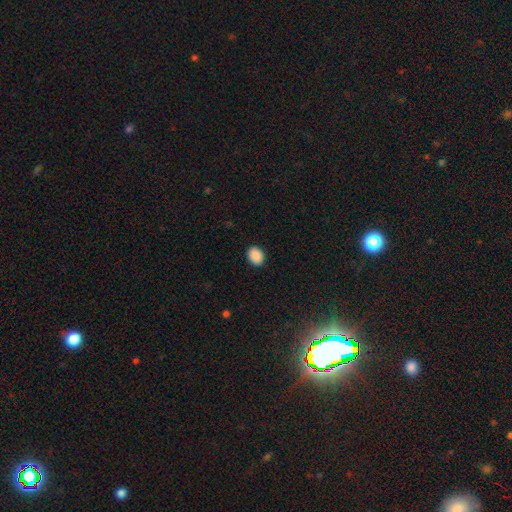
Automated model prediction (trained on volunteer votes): This is clearly a smooth galaxy (90%). How rounded: likely in between (64%). Merging: clearly none (90%).